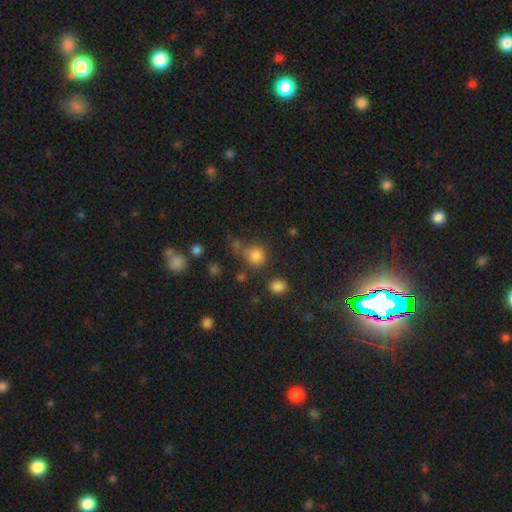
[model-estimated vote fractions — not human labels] A smooth galaxy with no disk features (79%) that is round (84%).

Vote fractions:
- Smooth or featured? smooth: 79% / star or artifact: 15% / featured or disk: 6%
- How rounded? round: 84% / in between: 15% / cigar-shaped: 1%
- Merging? none: 55% / minor disturbance: 17% / merger: 16% / major disturbance: 12%